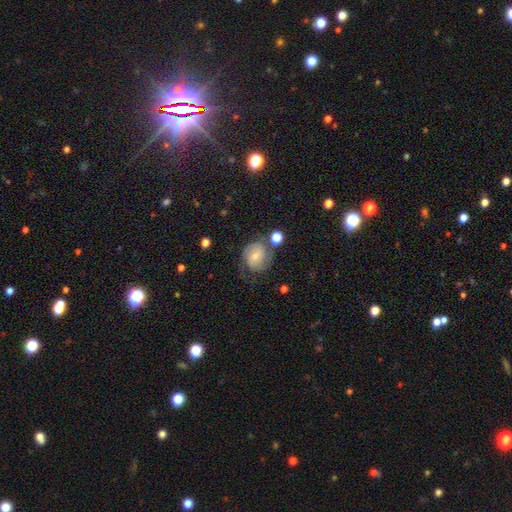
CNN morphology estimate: type=featured or disk (65%); edge-on=no (97%); bar=no (53%); spiral arms=yes (91%); winding=medium (43%); arm count=2 (72%); bulge=small (64%); merging=none (58%).